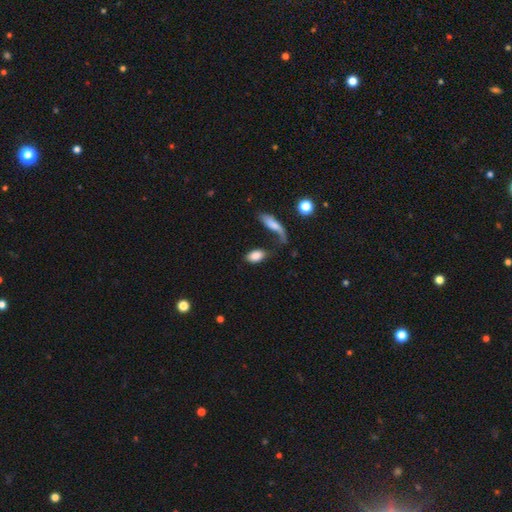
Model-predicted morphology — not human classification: smooth_or_featured: smooth (p=0.84) [alt: featured or disk p=0.09]
how_rounded: in between (p=0.90) [alt: round p=0.05]
merging: none (p=0.52) [alt: merger p=0.18]